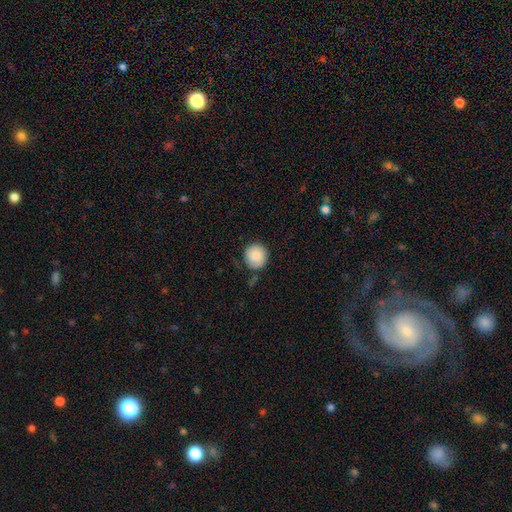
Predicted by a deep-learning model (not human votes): Smooth or featured?
  - smooth: 86% *
  - star or artifact: 7%
  - featured or disk: 7%
How rounded?
  - round: 94% *
  - in between: 5%
  - cigar-shaped: 1%
Merging?
  - none: 77% *
  - minor disturbance: 16%
  - major disturbance: 4%
  - merger: 3%